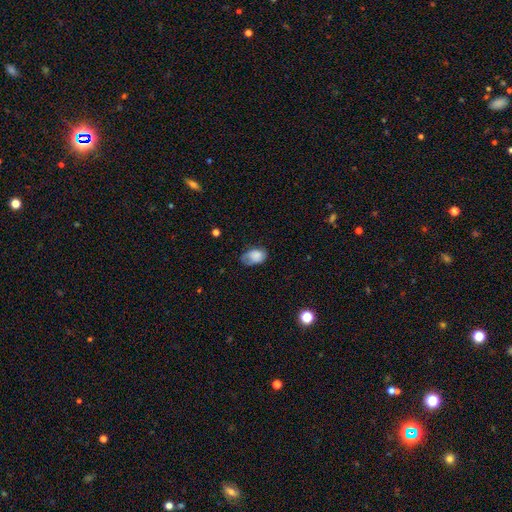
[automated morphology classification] Smooth or featured? Predicted: smooth (p=0.78). How rounded? Predicted: in between (p=0.88). Merging? Predicted: none (p=0.48).